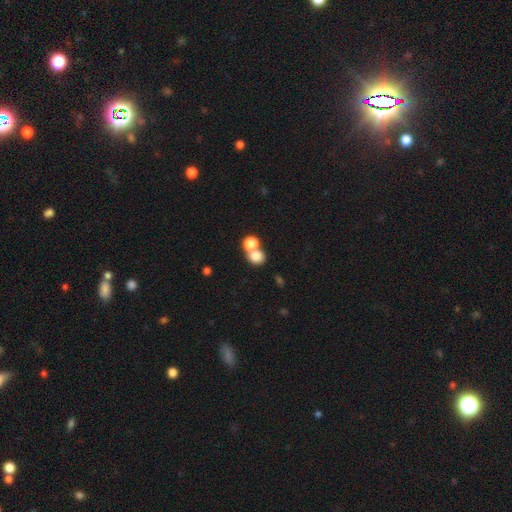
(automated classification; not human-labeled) Overall: smooth (78%). How rounded: round (70%). Merging: merger (48%; none 41%).